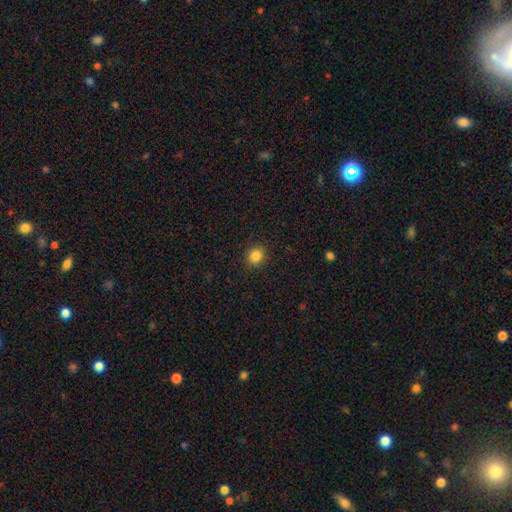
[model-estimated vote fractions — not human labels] Smooth or featured? Predicted: smooth (p=0.84). How rounded? Predicted: round (p=0.75). Merging? Predicted: none (p=0.91).